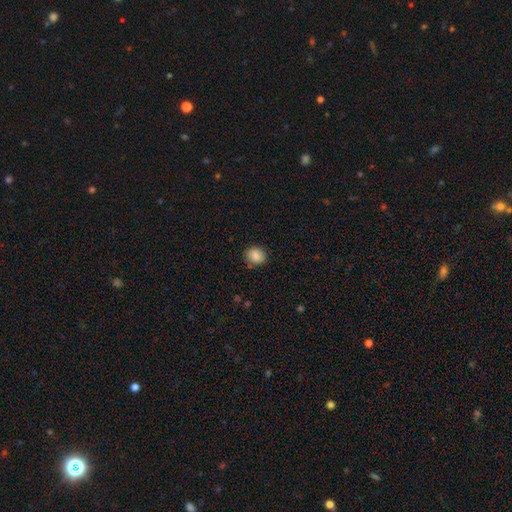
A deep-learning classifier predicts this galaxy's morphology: The model was most divided on "how rounded": round: 69%, in between: 30%, cigar-shaped: 1%. More confident: smooth or featured — smooth (86%); merging — none (83%).